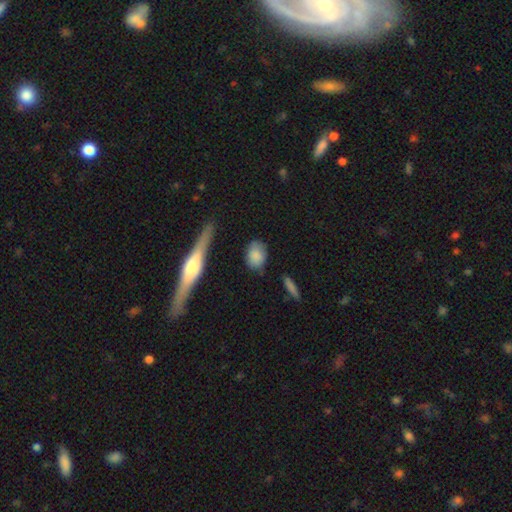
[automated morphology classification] This is clearly a smooth galaxy (84%). How rounded: likely in between (63%). Merging: likely none (74%).